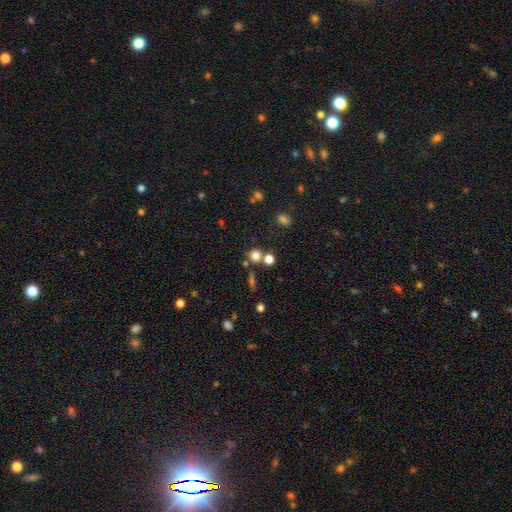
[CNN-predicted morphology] A smooth galaxy with no disk features (75%) that is round (88%). Merging: none (66%).